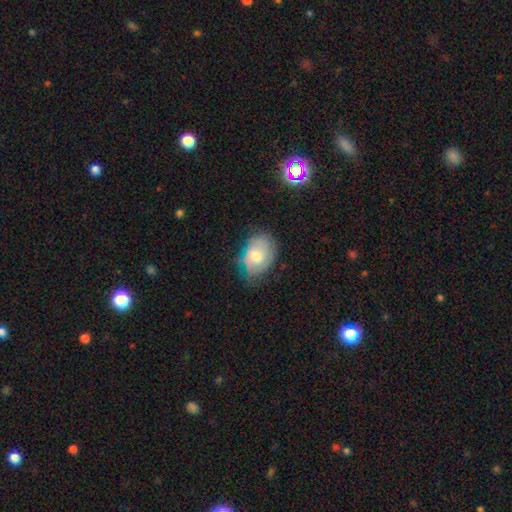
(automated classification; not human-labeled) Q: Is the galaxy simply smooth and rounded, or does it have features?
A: smooth — 66%.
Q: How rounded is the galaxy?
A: in between — 77%.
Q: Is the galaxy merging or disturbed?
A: none — 60%.